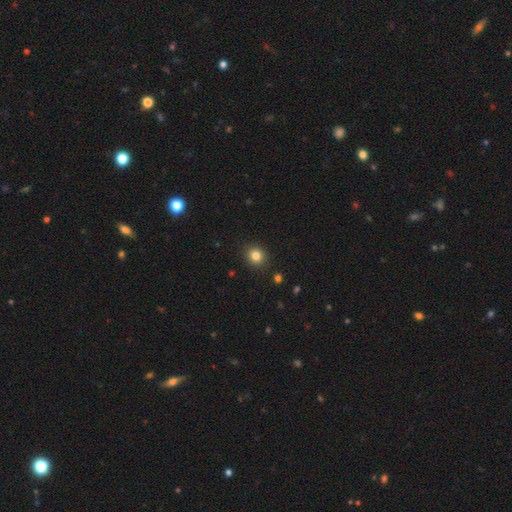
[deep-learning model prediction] The model was most divided on "how rounded": round: 81%, in between: 18%, cigar-shaped: 1%. More confident: merging — none (90%); smooth or featured — smooth (83%).